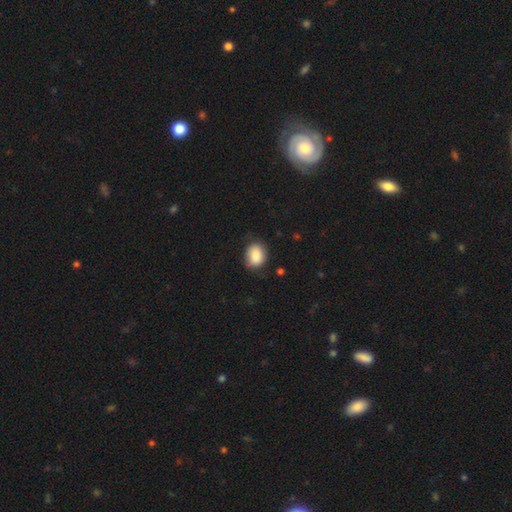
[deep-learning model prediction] A smooth galaxy with no disk features (86%) that is round (52%). Merging: none (76%).